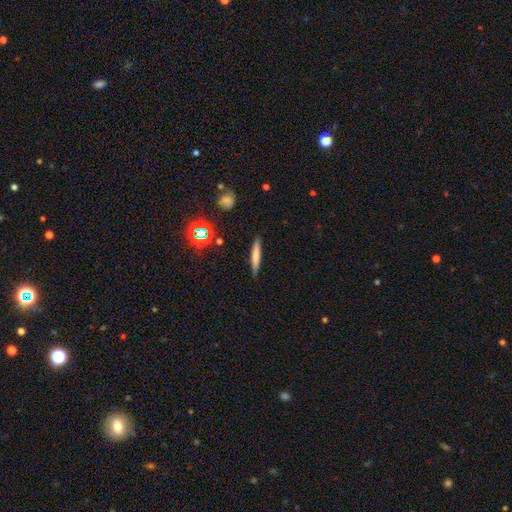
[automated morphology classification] type=smooth (67%); roundness=cigar-shaped (93%); merging=none (88%).